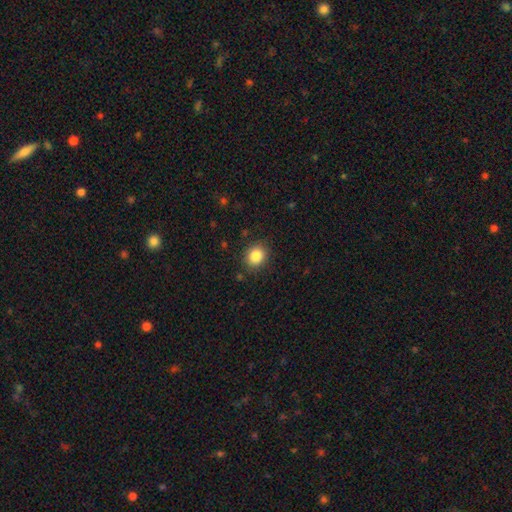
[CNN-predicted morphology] smooth_or_featured: smooth (p=0.85) [alt: star or artifact p=0.10]
how_rounded: round (p=0.68) [alt: in between p=0.31]
merging: none (p=0.87) [alt: minor disturbance p=0.09]